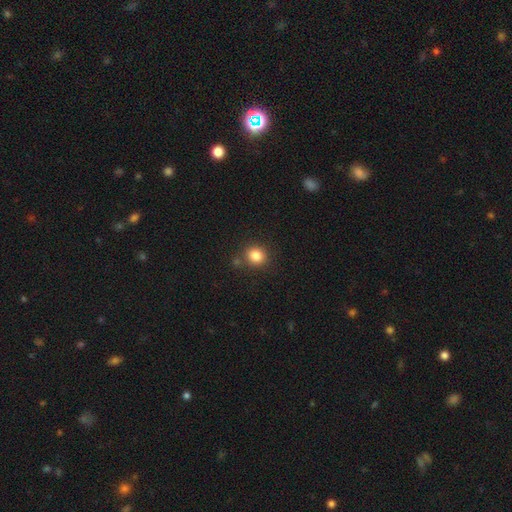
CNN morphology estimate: A smooth galaxy with no disk features (83%) that is round (83%). Merging: none (79%).